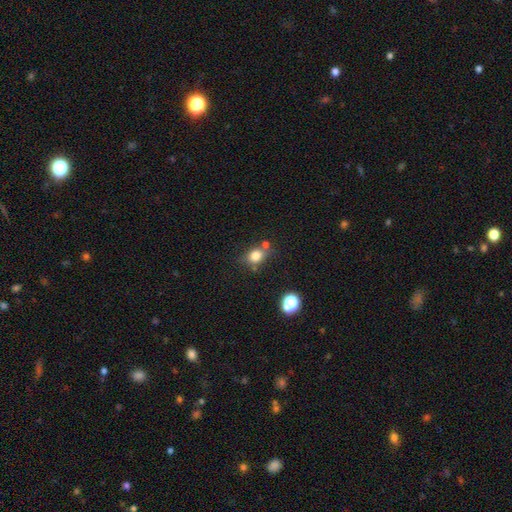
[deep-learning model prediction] Morphology: type=smooth (78%); roundness=round (55%); merging=none (62%).